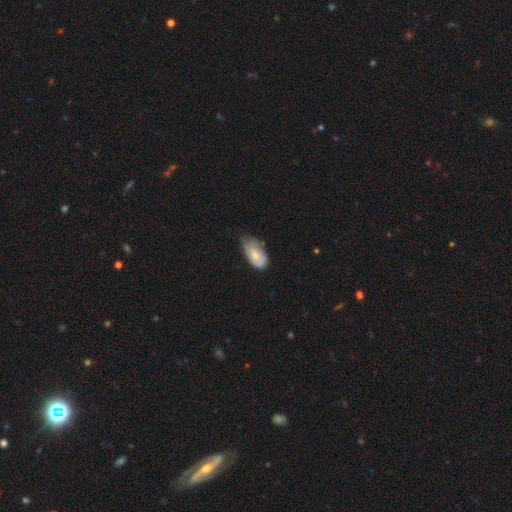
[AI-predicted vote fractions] Q: Smooth or featured?
A: smooth (70%); runner-up: featured or disk (24%)
Q: How rounded?
A: in between (93%); runner-up: round (3%)
Q: Merging?
A: minor disturbance (46%); runner-up: none (42%)